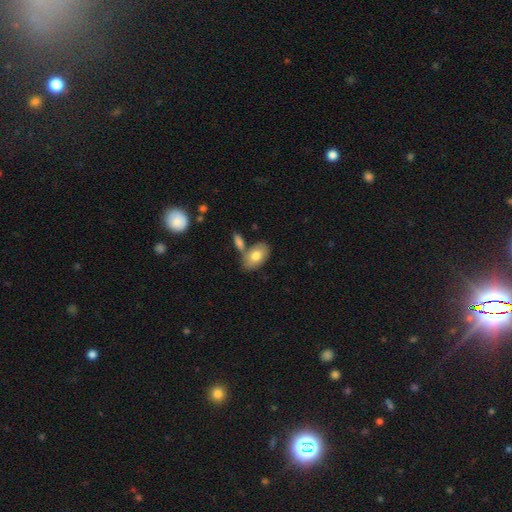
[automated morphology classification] Smooth or featured?
  - smooth: 76% *
  - featured or disk: 18%
  - star or artifact: 6%
How rounded?
  - in between: 92% *
  - round: 7%
  - cigar-shaped: 2%
Merging?
  - none: 61% *
  - merger: 22%
  - minor disturbance: 14%
  - major disturbance: 4%